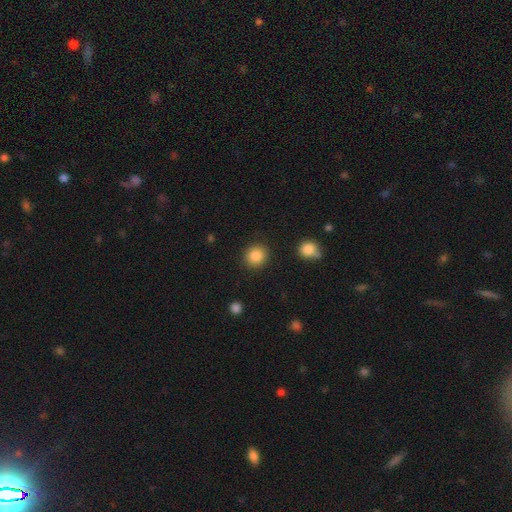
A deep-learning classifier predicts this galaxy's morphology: The model was most divided on "how rounded": round: 88%, in between: 11%, cigar-shaped: 1%. More confident: merging — none (90%); smooth or featured — smooth (87%).